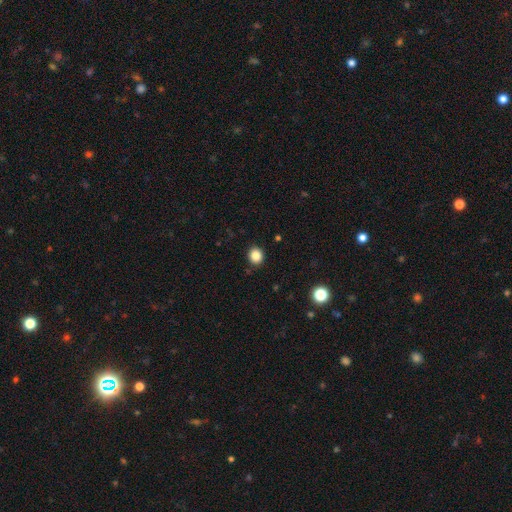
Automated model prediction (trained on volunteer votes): This is clearly a smooth galaxy (85%). How rounded: likely round (79%). Merging: clearly none (90%).